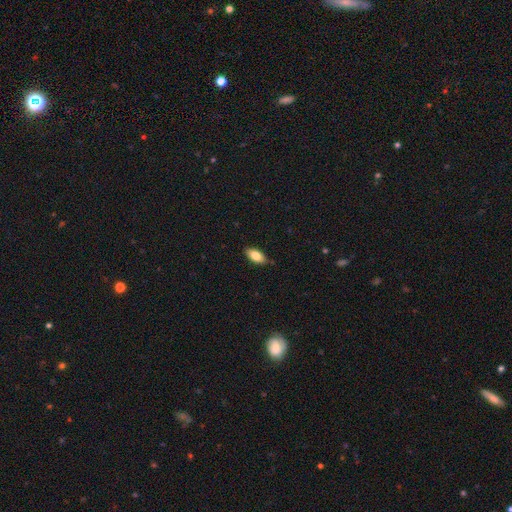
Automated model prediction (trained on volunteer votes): Morphology: type=smooth (80%); roundness=in between (88%); merging=none (84%).